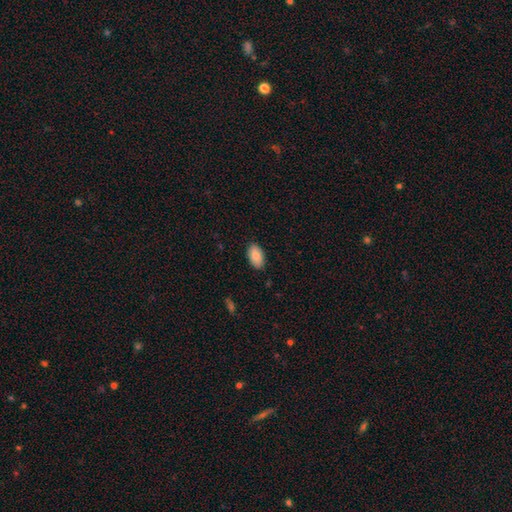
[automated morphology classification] The model was most divided on "merging": none: 87%, minor disturbance: 10%, major disturbance: 2%, merger: 1%. More confident: how rounded — in between (94%); smooth or featured — smooth (88%).